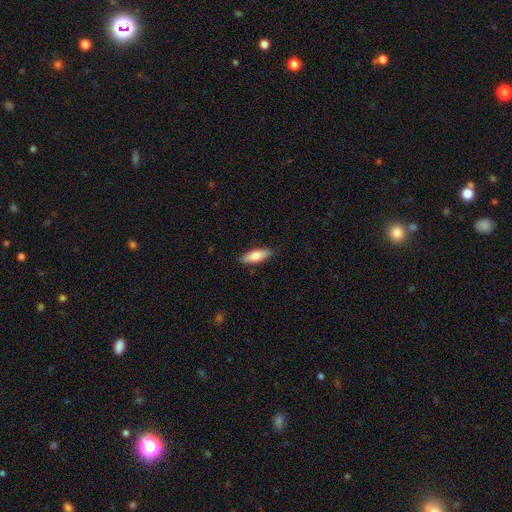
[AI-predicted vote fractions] smooth-or-featured: smooth: 81% | featured or disk: 13% | star or artifact: 5%
  how-rounded: in between: 60% | cigar-shaped: 38% | round: 2%
  merging: none: 88% | minor disturbance: 9% | major disturbance: 2% | merger: 1%